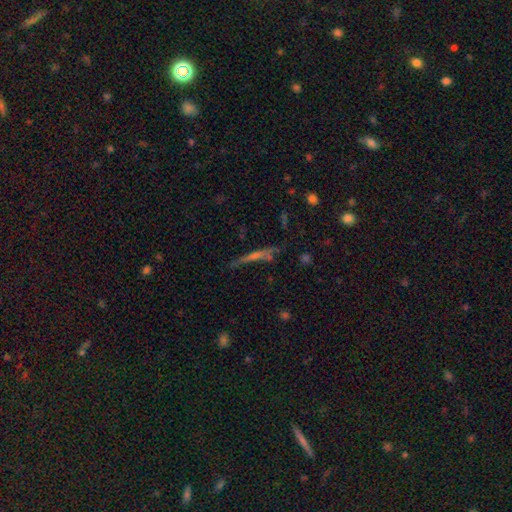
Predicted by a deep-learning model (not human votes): Smooth or featured?
  - featured or disk: 53% *
  - smooth: 32%
  - star or artifact: 15%
Edge-on disk?
  - yes: 91% *
  - no: 9%
Merging?
  - none: 73% *
  - minor disturbance: 16%
  - major disturbance: 6%
  - merger: 5%